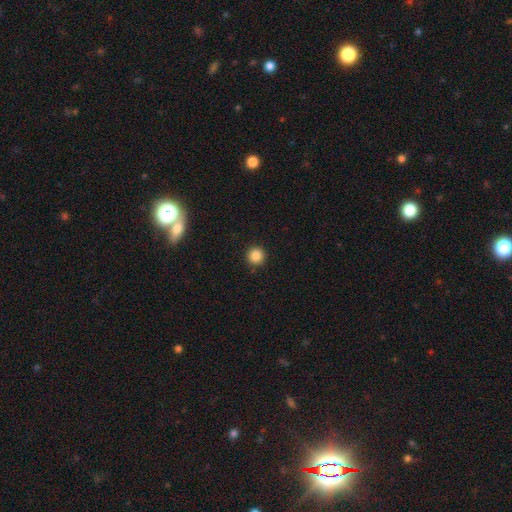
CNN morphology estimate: smooth_or_featured: smooth (p=0.85) [alt: star or artifact p=0.11]
how_rounded: round (p=0.96) [alt: in between p=0.03]
merging: none (p=0.92) [alt: minor disturbance p=0.05]